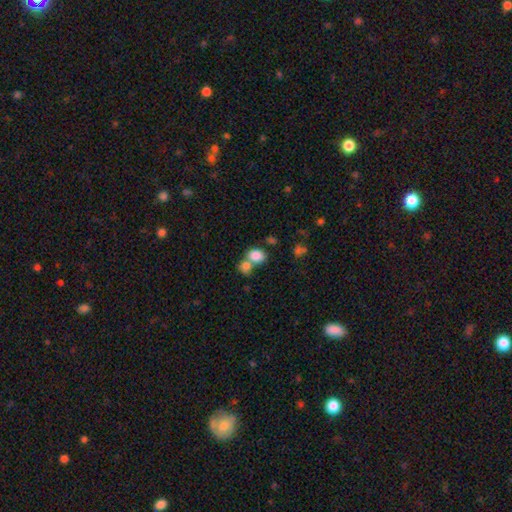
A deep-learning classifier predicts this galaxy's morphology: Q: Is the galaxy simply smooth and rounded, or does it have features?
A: smooth — 83%.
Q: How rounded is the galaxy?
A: in between — 60%.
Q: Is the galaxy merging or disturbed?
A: merger — 47%.